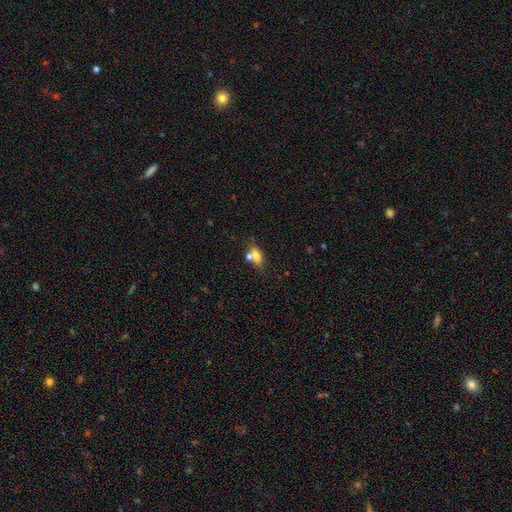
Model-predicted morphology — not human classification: smooth 65%, featured or disk 23%, star or artifact 12%. Down the decision tree: how rounded — in between (73%); merging — none (47%).